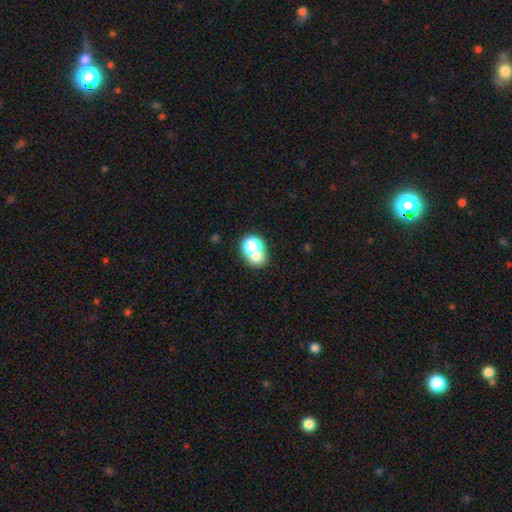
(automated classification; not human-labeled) The model was most divided on "merging": merger: 51%, none: 36%, minor disturbance: 8%, major disturbance: 5%. More confident: smooth or featured — smooth (65%); how rounded — round (64%).